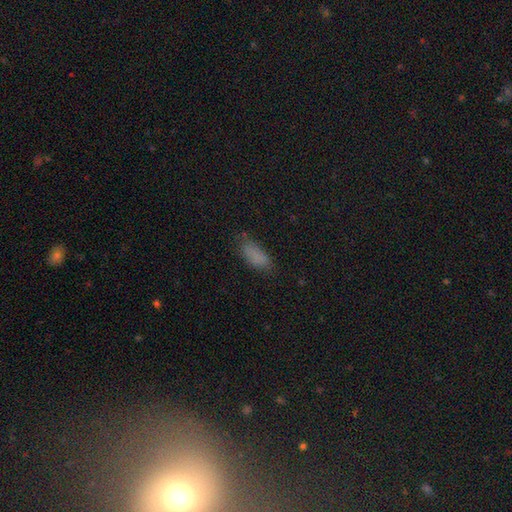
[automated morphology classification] Smooth or featured?
  - smooth: 80% *
  - star or artifact: 12%
  - featured or disk: 9%
How rounded?
  - in between: 81% *
  - cigar-shaped: 16%
  - round: 3%
Merging?
  - none: 67% *
  - minor disturbance: 23%
  - major disturbance: 9%
  - merger: 2%